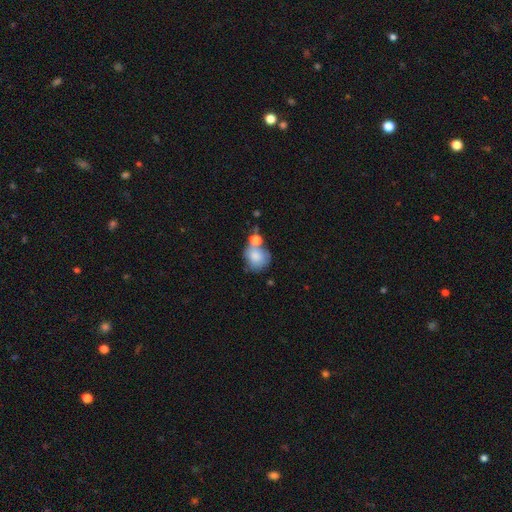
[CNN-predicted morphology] smooth 78%, featured or disk 13%, star or artifact 9%. Down the decision tree: how rounded — round (74%); merging — none (44%).